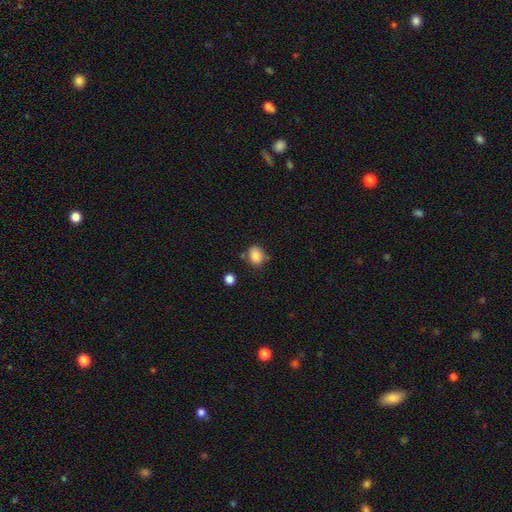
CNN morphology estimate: Smooth or featured?
  - smooth: 84% *
  - star or artifact: 10%
  - featured or disk: 6%
How rounded?
  - round: 55% *
  - in between: 44%
  - cigar-shaped: 1%
Merging?
  - none: 68% *
  - minor disturbance: 19%
  - merger: 8%
  - major disturbance: 5%